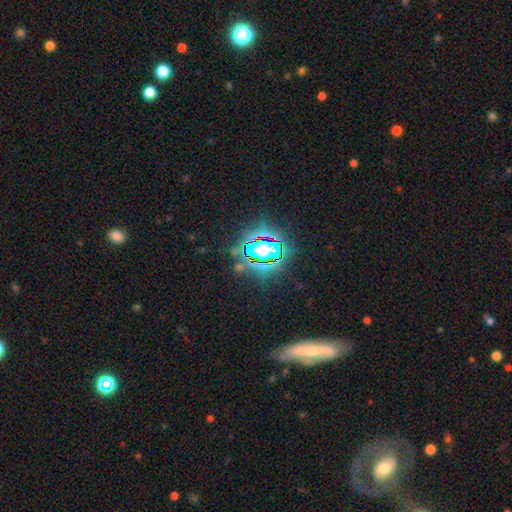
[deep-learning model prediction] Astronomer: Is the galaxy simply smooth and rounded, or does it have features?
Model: star or artifact — 75%.